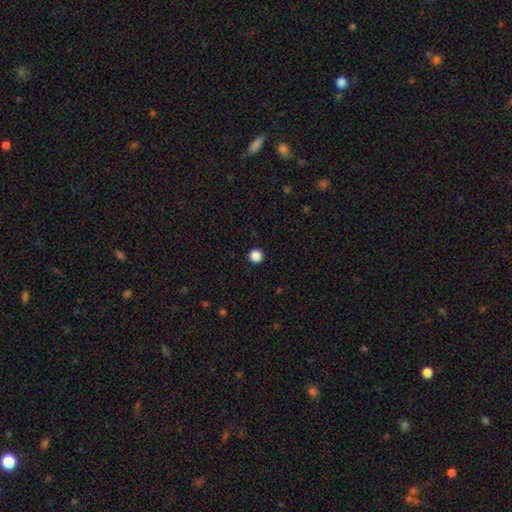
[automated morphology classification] Smooth or featured? smooth (87%)
How rounded? round (96%)
Merging? none (93%)